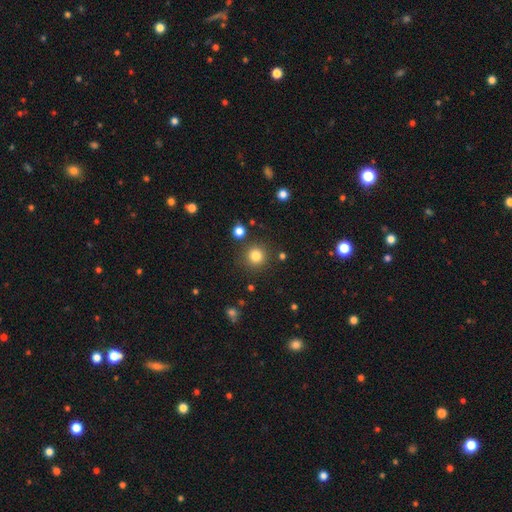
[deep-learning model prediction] This is clearly a smooth galaxy (82%). How rounded: clearly round (94%). Merging: clearly none (87%).